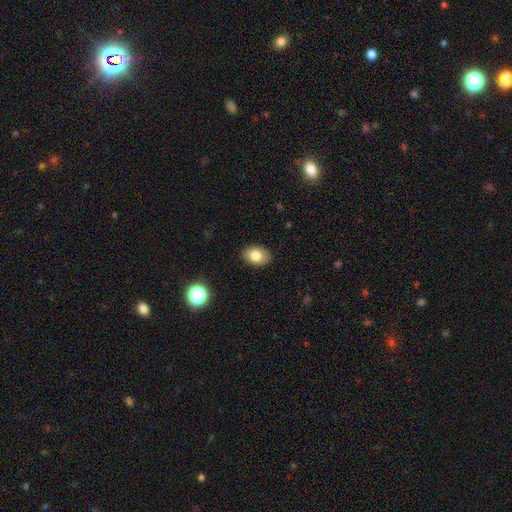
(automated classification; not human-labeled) This appears to be a smooth galaxy with no disk features (80%) that is in between round and cigar-shaped (79%). Merging: none (88%).